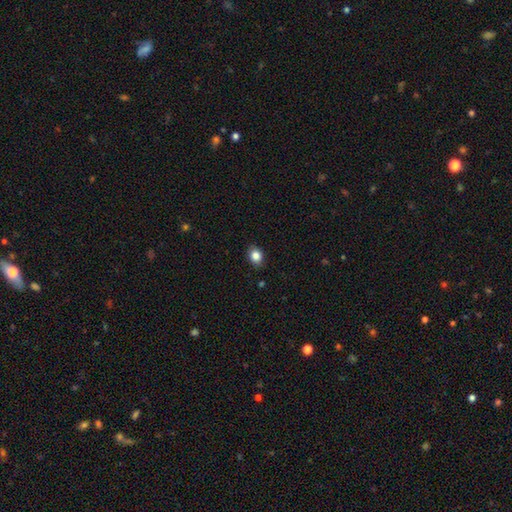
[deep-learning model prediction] Smooth or featured: smooth — 85% (star or artifact — 9%)
How rounded: in between — 57% (round — 42%)
Merging: none — 88% (minor disturbance — 9%)